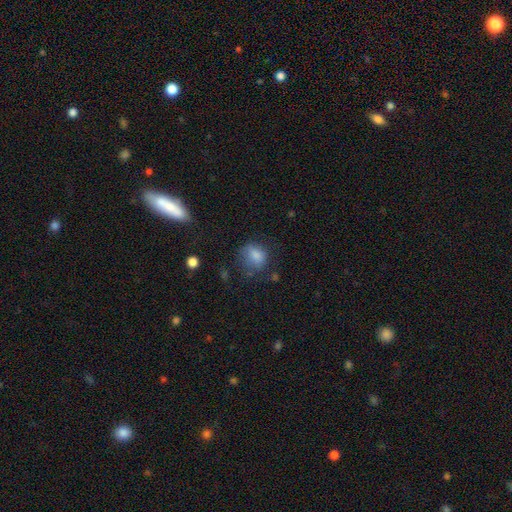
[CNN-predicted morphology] The model was most divided on "how rounded": round: 56%, in between: 43%, cigar-shaped: 1%. Remaining: smooth or featured — smooth (78%); merging — none (48%).